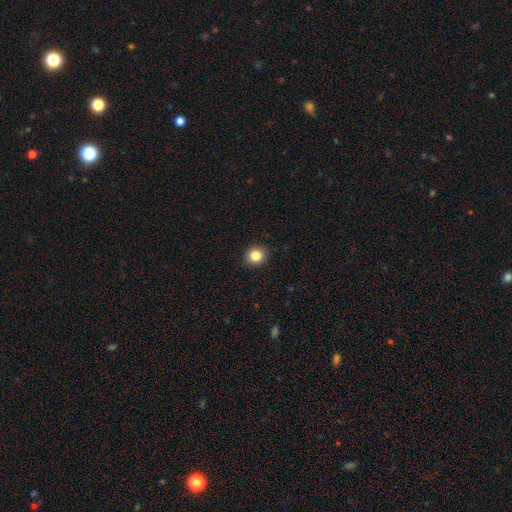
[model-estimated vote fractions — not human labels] The model was most divided on "how rounded": round: 83%, in between: 16%, cigar-shaped: 1%. More confident: merging — none (91%); smooth or featured — smooth (85%).